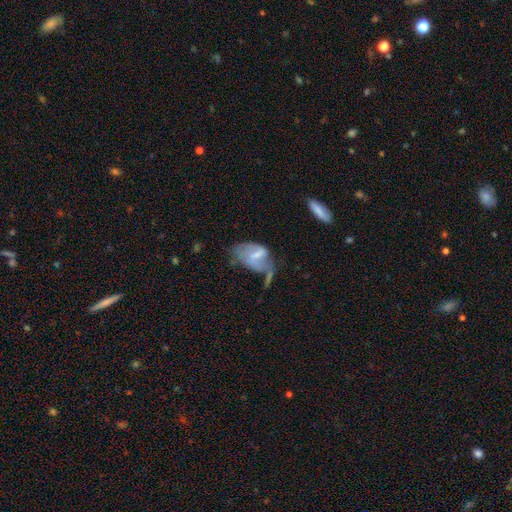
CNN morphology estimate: A featured or disk galaxy (49%). Merging: major disturbance (39%).